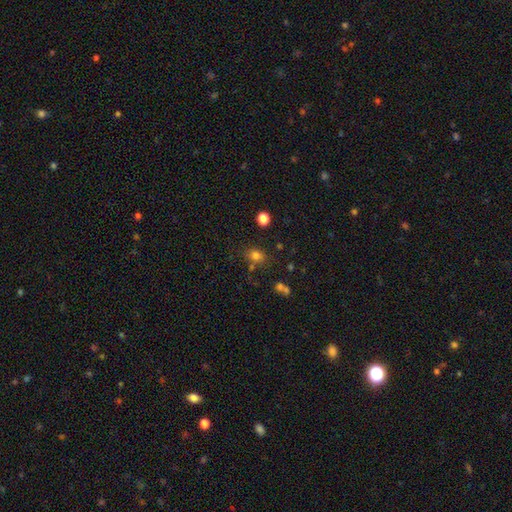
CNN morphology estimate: smooth_or_featured: smooth (p=0.75) [alt: star or artifact p=0.17]
how_rounded: round (p=0.59) [alt: in between p=0.40]
merging: none (p=0.70) [alt: minor disturbance p=0.14]